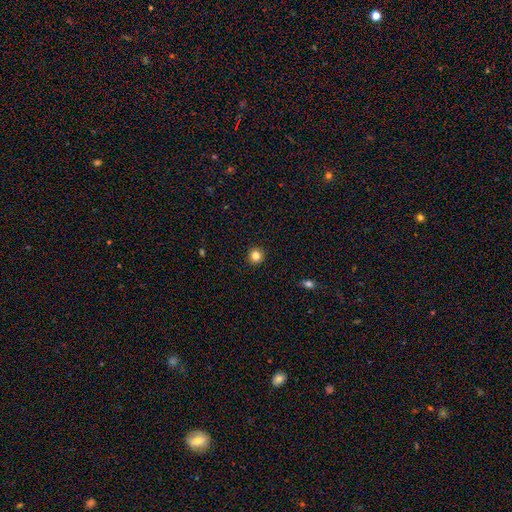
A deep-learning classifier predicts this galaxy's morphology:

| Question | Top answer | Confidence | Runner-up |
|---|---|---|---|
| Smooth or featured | smooth | 84% | star or artifact (12%) |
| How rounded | round | 94% | in between (5%) |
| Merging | none | 93% | minor disturbance (5%) |